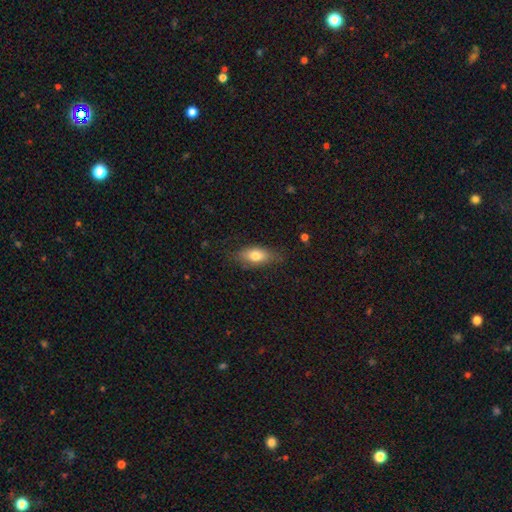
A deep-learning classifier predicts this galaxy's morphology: smooth 76%, featured or disk 17%, star or artifact 7%. Down the decision tree: how rounded — in between (83%); merging — none (74%).